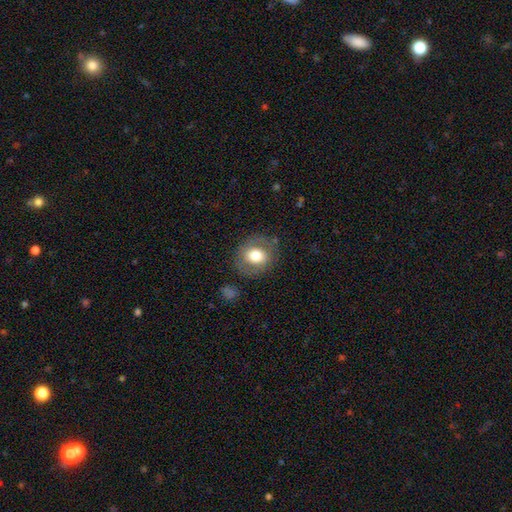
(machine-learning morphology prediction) smooth_or_featured: smooth (p=0.66) [alt: featured or disk p=0.26]
how_rounded: round (p=0.73) [alt: in between p=0.26]
merging: none (p=0.80) [alt: minor disturbance p=0.12]